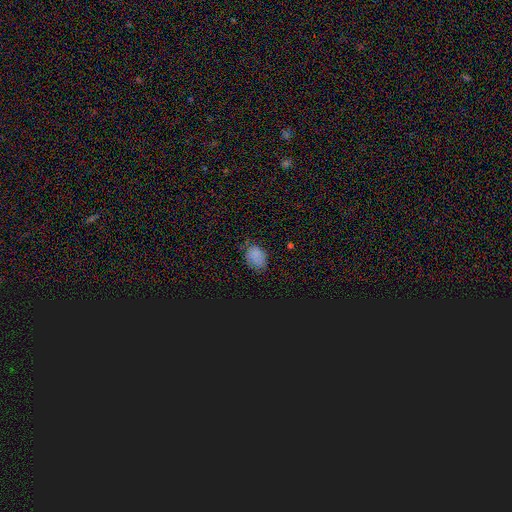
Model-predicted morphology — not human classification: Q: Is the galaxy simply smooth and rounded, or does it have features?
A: smooth — 72%.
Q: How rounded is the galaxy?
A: in between — 80%.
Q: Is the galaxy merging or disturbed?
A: none — 65%.